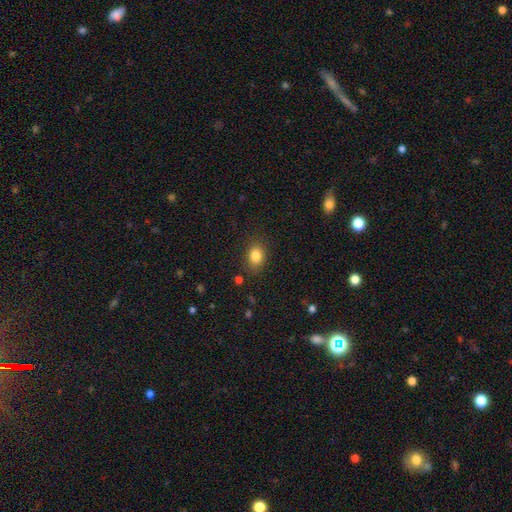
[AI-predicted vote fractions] Smooth or featured: smooth — 84% (star or artifact — 10%)
How rounded: in between — 64% (round — 35%)
Merging: none — 84% (minor disturbance — 11%)